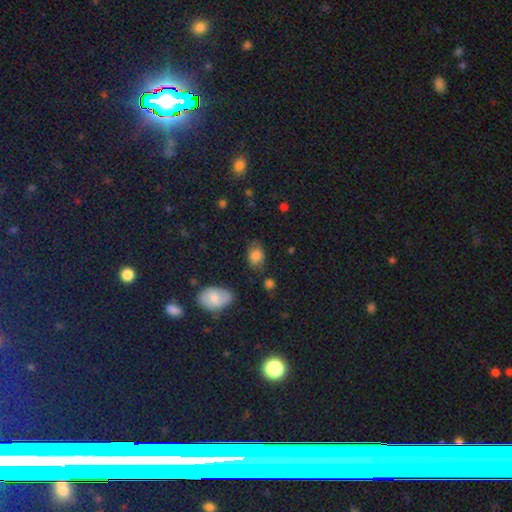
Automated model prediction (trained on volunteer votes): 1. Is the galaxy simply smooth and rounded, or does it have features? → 80% smooth, 10% star or artifact, 10% featured or disk.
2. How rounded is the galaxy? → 77% in between, 21% round, 1% cigar-shaped.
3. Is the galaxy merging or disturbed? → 68% none, 22% minor disturbance, 6% major disturbance, 4% merger.